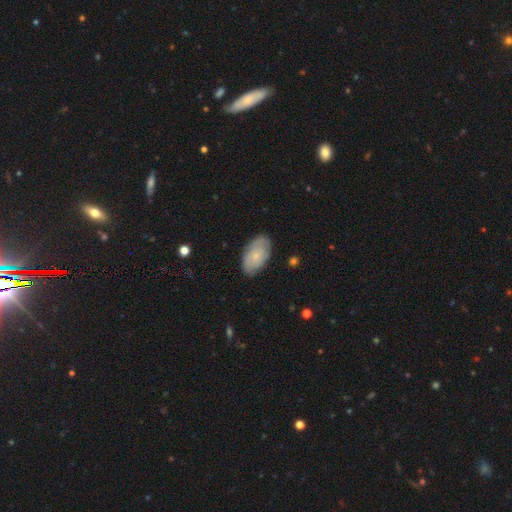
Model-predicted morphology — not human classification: Q: Smooth or featured?
A: featured or disk (48%); runner-up: smooth (46%)
Q: Merging?
A: none (77%); runner-up: minor disturbance (18%)